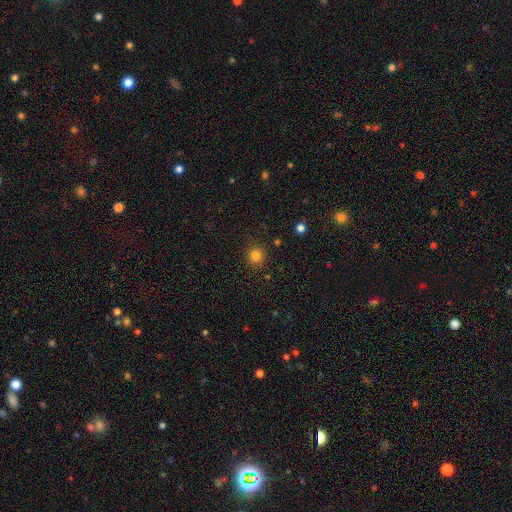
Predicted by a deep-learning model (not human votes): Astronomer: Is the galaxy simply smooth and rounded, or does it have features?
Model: smooth — 81%.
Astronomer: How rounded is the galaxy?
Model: round — 90%.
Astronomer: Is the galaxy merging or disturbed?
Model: none — 89%.